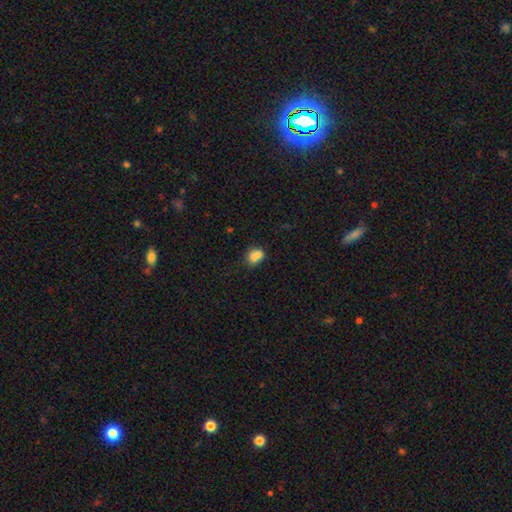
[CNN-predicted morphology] This is likely a smooth galaxy (77%). How rounded: possibly in between (53%). Merging: marginally none (40%).